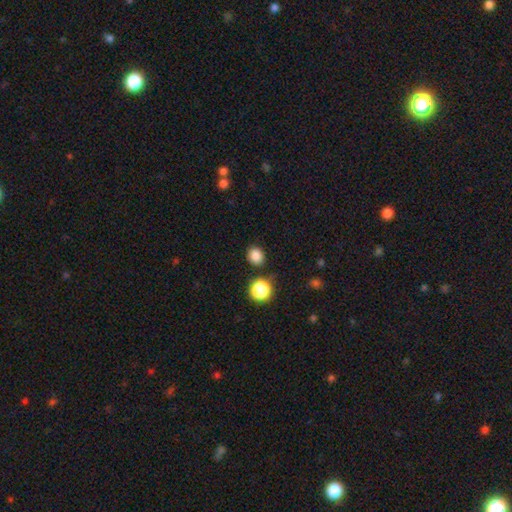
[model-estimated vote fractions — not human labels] smooth 84%, star or artifact 13%, featured or disk 4%. Down the decision tree: how rounded — round (75%); merging — none (85%).